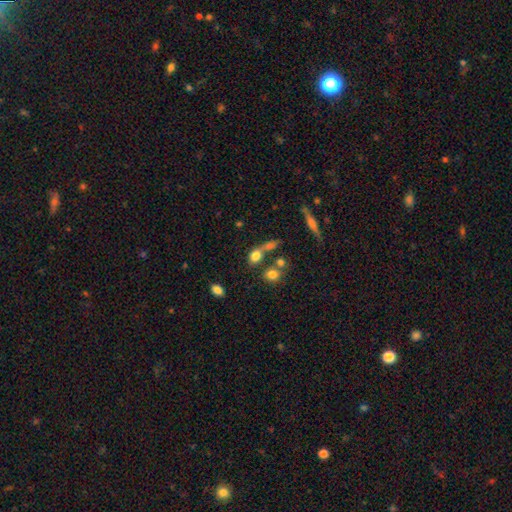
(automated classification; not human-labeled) Smooth or featured? smooth (76%)
How rounded? in between (51%)
Merging? none (41%)